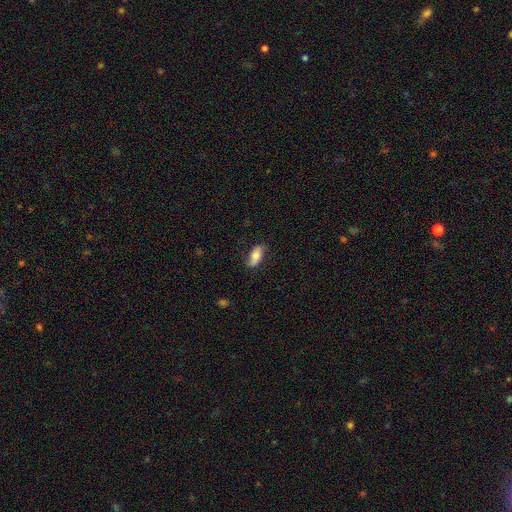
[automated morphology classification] The model was most divided on "smooth or featured": smooth: 63%, featured or disk: 30%, star or artifact: 7%. More confident: how rounded — in between (83%); merging — none (76%).